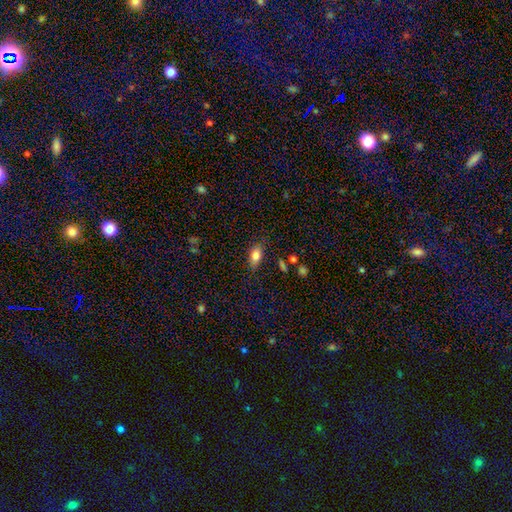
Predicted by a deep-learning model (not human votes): Smooth or featured: smooth — 79% (featured or disk — 12%)
How rounded: in between — 86% (cigar-shaped — 7%)
Merging: none — 79% (minor disturbance — 16%)